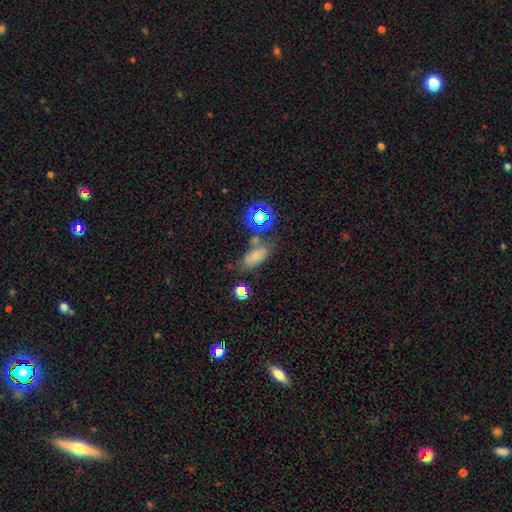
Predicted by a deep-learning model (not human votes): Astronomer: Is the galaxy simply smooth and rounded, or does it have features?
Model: smooth — 66%.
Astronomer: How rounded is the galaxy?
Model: in between — 82%.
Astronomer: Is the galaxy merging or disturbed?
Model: none — 54%.